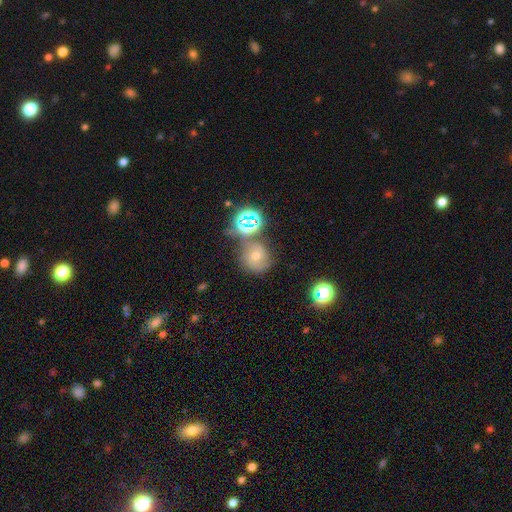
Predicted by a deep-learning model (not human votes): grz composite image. It shows a star or artifact, not a galaxy (37%).